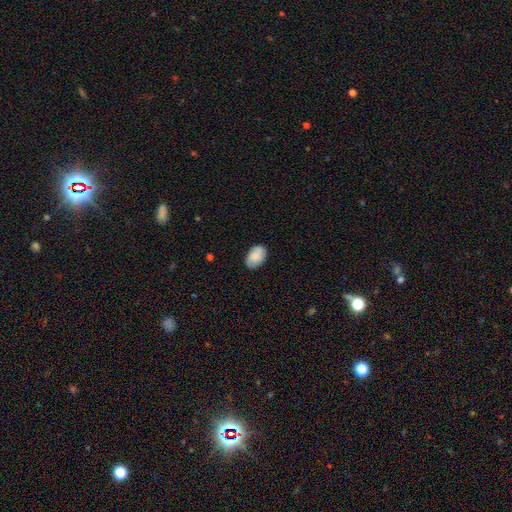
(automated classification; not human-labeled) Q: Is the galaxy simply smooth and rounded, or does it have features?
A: smooth — 81%.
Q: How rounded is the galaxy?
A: in between — 89%.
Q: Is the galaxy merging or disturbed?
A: none — 79%.